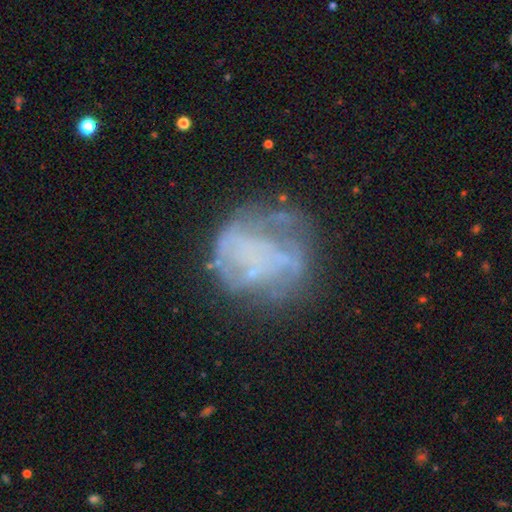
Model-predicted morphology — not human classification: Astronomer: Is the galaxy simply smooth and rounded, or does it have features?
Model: featured or disk — 61%.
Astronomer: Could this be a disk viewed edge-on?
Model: no — 98%.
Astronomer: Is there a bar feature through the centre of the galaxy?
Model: no — 86%.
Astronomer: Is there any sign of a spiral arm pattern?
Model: no — 68%.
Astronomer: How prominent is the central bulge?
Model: none — 73%.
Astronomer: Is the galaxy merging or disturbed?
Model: none — 53%.